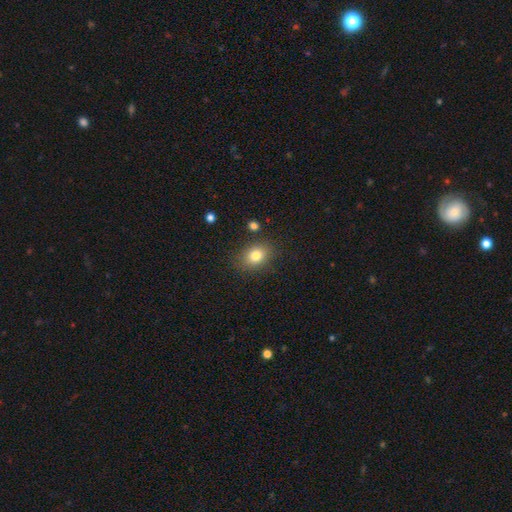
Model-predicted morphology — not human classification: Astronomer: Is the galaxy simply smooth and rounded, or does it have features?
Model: smooth — 81%.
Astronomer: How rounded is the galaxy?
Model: in between — 62%.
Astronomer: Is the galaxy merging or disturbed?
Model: none — 82%.